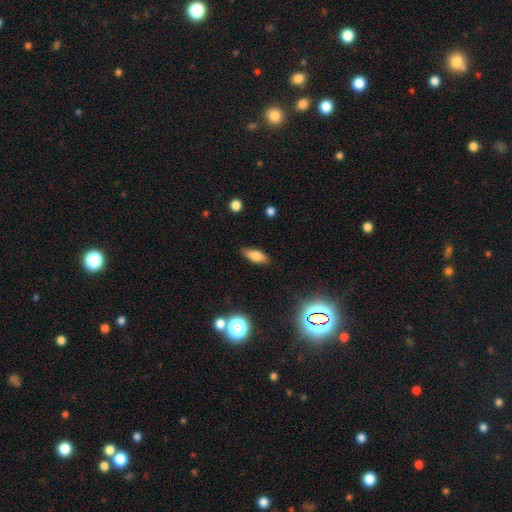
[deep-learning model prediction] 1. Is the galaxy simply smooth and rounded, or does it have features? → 75% smooth, 16% featured or disk, 10% star or artifact.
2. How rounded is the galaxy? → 73% in between, 23% cigar-shaped, 4% round.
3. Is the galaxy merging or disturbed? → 85% none, 11% minor disturbance, 3% major disturbance, 1% merger.